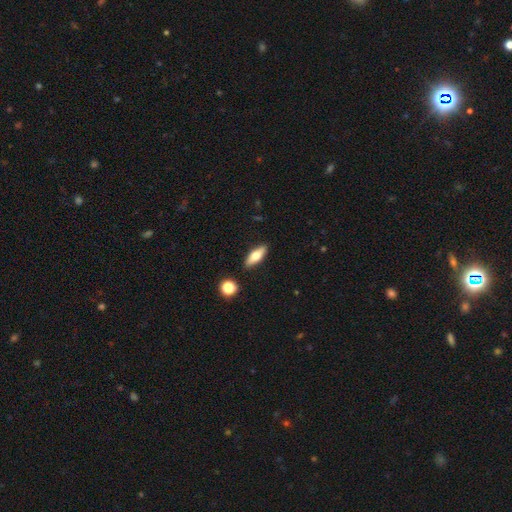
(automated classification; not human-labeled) Smooth or featured: smooth — 67% (featured or disk — 26%)
How rounded: in between — 68% (cigar-shaped — 29%)
Merging: none — 87% (minor disturbance — 8%)